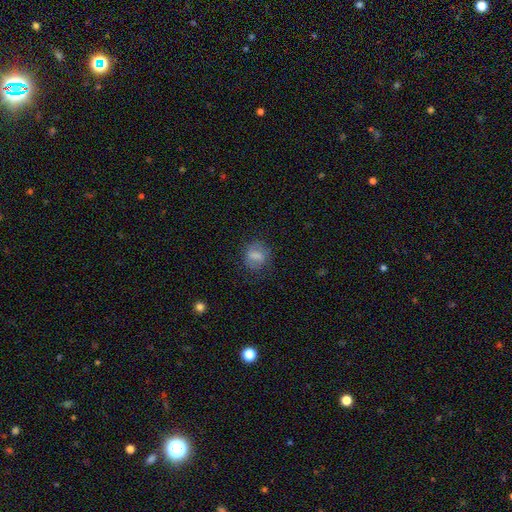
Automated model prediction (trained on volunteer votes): A smooth galaxy with no disk features (68%) that is round (57%). Merging: none (72%).